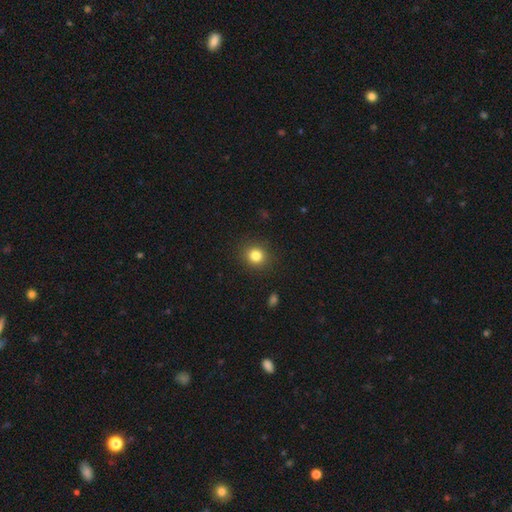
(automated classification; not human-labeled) This is clearly a smooth galaxy (82%). How rounded: clearly round (87%). Merging: clearly none (90%).